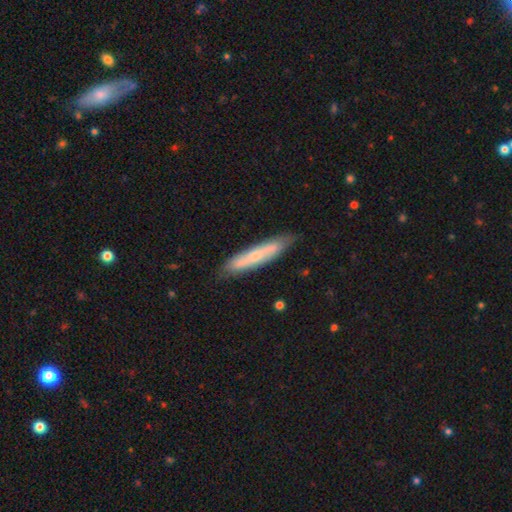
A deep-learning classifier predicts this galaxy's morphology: Overall: smooth (50%; featured or disk 44%). How rounded: cigar-shaped (89%). Merging: none (83%).